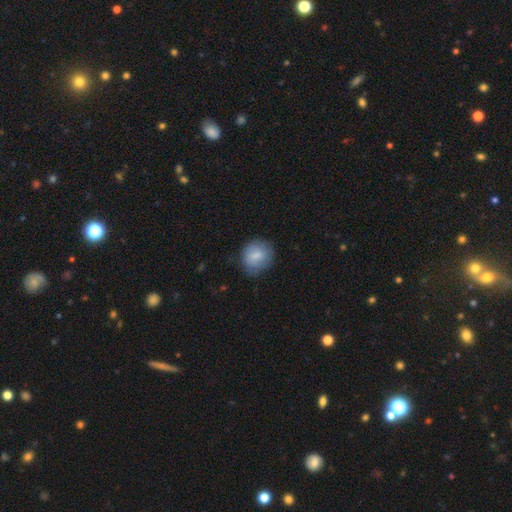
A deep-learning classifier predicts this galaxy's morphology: smooth 80%, featured or disk 13%, star or artifact 7%. Down the decision tree: how rounded — round (75%); merging — none (72%).